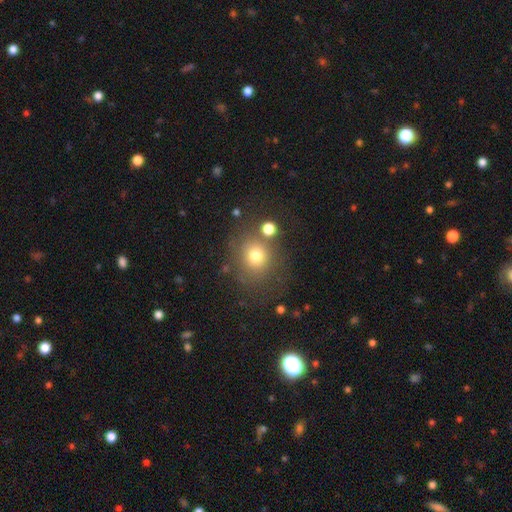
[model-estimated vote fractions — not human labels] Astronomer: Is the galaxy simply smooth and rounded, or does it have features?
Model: smooth — 74%.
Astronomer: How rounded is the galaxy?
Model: round — 82%.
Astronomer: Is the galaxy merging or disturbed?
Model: none — 72%.